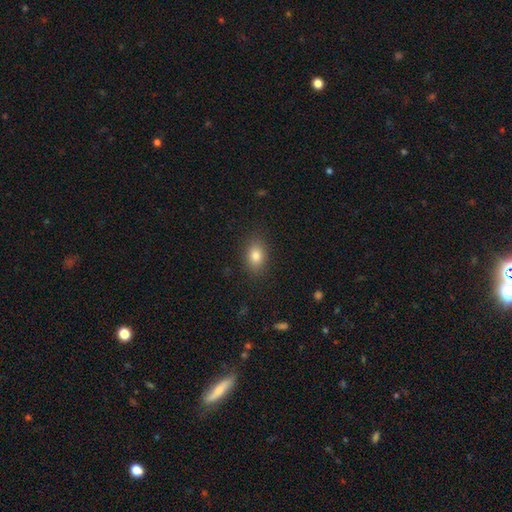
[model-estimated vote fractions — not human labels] Smooth or featured: smooth — 82% (star or artifact — 10%)
How rounded: in between — 76% (round — 22%)
Merging: none — 87% (minor disturbance — 9%)